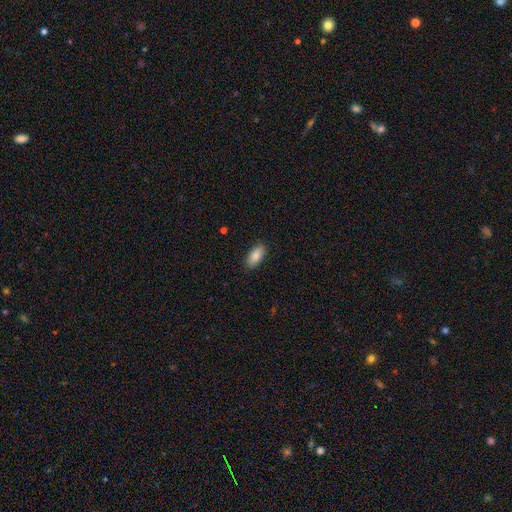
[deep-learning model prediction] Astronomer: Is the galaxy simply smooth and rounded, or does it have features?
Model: smooth — 87%.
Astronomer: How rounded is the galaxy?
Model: in between — 91%.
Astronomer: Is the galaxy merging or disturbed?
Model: none — 89%.